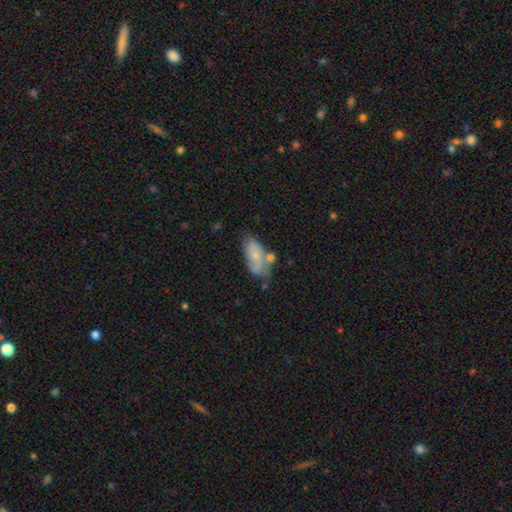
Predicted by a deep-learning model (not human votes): Smooth or featured: smooth — 58% (featured or disk — 34%)
How rounded: in between — 90% (cigar-shaped — 7%)
Merging: none — 40% (minor disturbance — 27%)